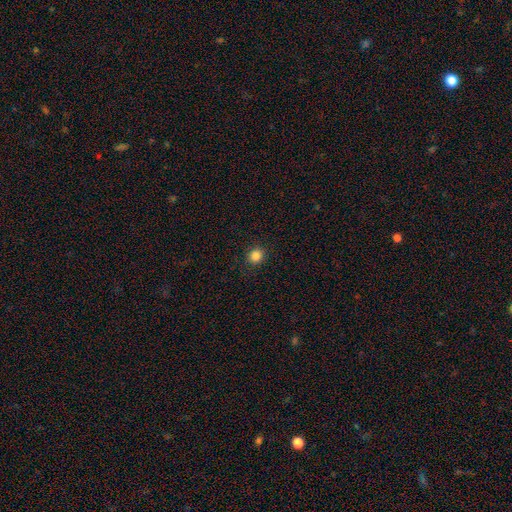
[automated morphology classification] smooth-or-featured: smooth: 84% | star or artifact: 12% | featured or disk: 4%
  how-rounded: round: 84% | in between: 15% | cigar-shaped: 1%
  merging: none: 91% | minor disturbance: 6% | major disturbance: 2% | merger: 1%